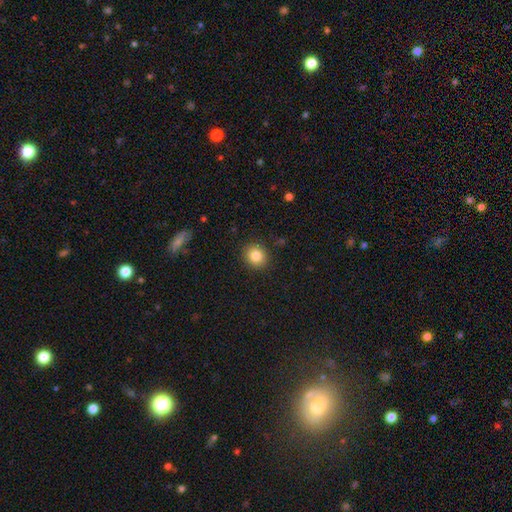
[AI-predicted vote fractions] This is clearly a smooth galaxy (84%). How rounded: clearly round (82%). Merging: clearly none (89%).